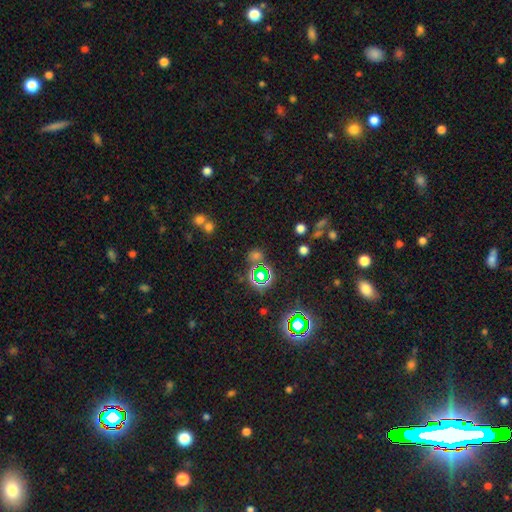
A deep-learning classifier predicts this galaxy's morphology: smooth-or-featured: star or artifact: 55% | smooth: 37% | featured or disk: 8%